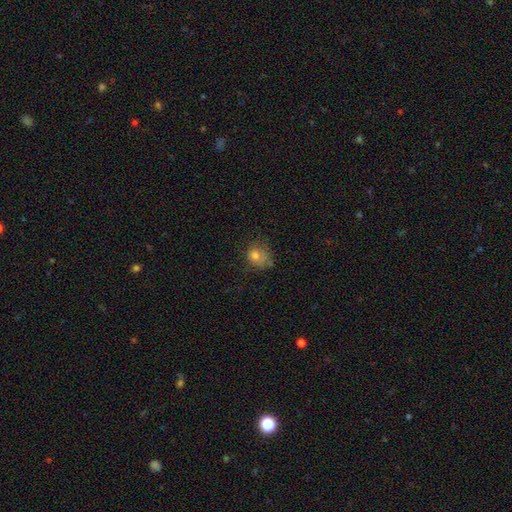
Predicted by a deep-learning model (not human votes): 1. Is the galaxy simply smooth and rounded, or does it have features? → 73% smooth, 13% star or artifact, 13% featured or disk.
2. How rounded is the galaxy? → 68% round, 31% in between, 1% cigar-shaped.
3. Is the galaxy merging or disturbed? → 52% none, 27% minor disturbance, 16% major disturbance, 4% merger.